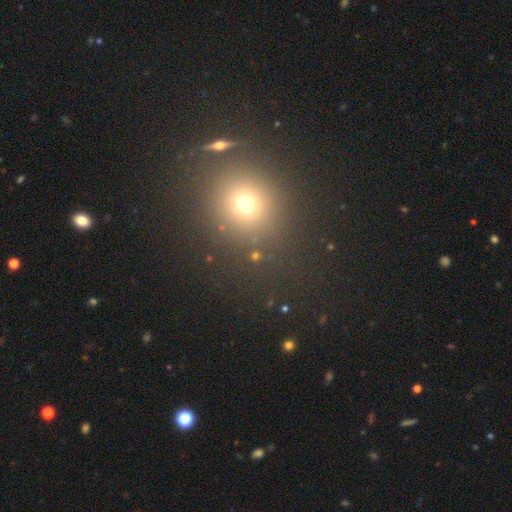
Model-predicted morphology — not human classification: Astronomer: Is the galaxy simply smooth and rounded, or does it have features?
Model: smooth — 59%.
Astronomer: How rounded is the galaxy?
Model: round — 84%.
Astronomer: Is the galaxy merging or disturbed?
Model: none — 84%.